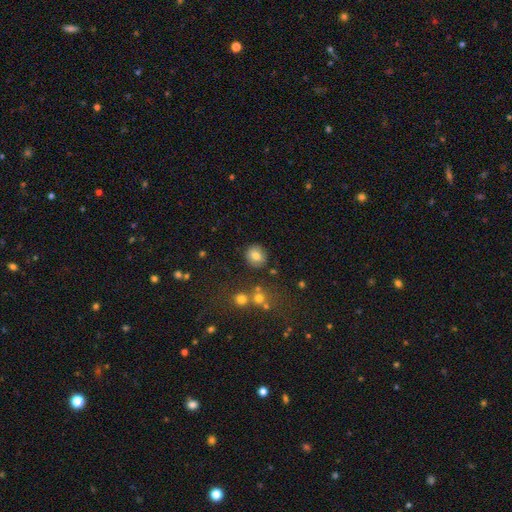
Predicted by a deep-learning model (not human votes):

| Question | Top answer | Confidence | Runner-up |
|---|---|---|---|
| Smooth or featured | smooth | 79% | star or artifact (11%) |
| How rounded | round | 85% | in between (14%) |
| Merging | none | 86% | minor disturbance (8%) |